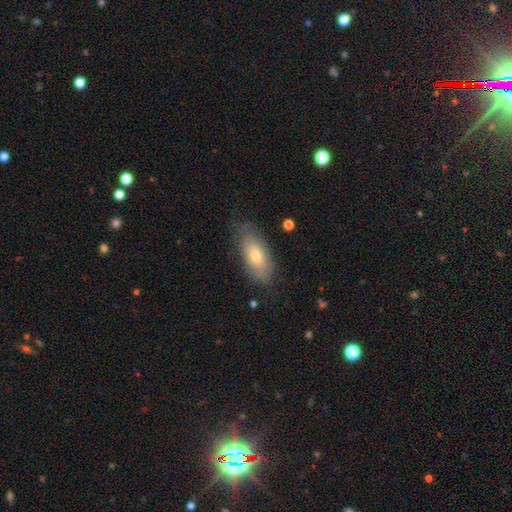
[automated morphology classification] smooth-or-featured: smooth: 66% | featured or disk: 27% | star or artifact: 7%
  how-rounded: in between: 88% | cigar-shaped: 9% | round: 3%
  merging: none: 72% | minor disturbance: 21% | major disturbance: 6% | merger: 1%